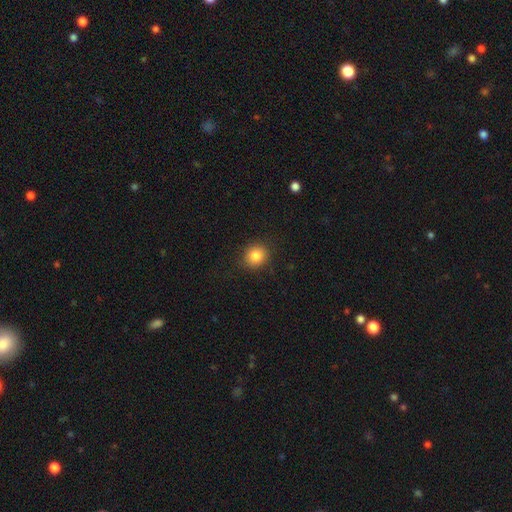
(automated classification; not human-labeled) The model was most divided on "how rounded": round: 79%, in between: 20%, cigar-shaped: 1%. More confident: merging — none (87%); smooth or featured — smooth (84%).